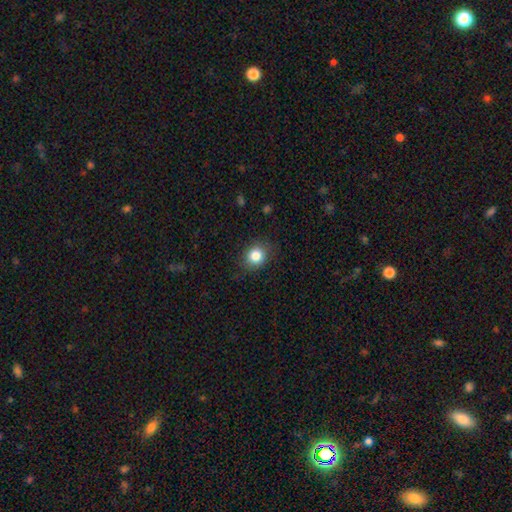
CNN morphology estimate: The model was most divided on "how rounded": round: 73%, in between: 27%, cigar-shaped: 1%. More confident: merging — none (86%); smooth or featured — smooth (84%).